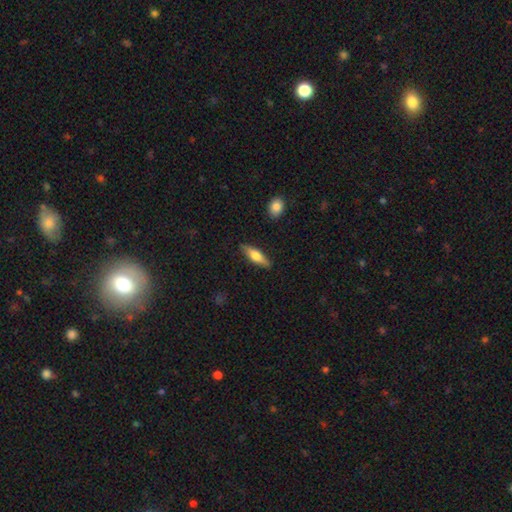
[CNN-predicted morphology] Smooth or featured?
  - smooth: 59% *
  - featured or disk: 36%
  - star or artifact: 6%
How rounded?
  - cigar-shaped: 58% *
  - in between: 39%
  - round: 2%
Merging?
  - none: 87% *
  - minor disturbance: 10%
  - major disturbance: 2%
  - merger: 1%